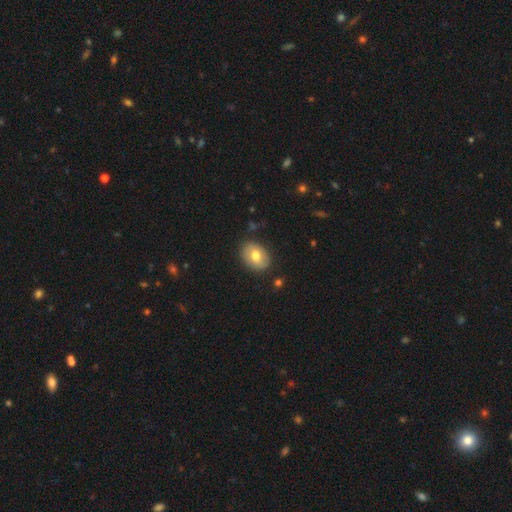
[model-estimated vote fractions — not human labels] smooth-or-featured: smooth: 71% | featured or disk: 22% | star or artifact: 7%
  how-rounded: in between: 75% | round: 24% | cigar-shaped: 1%
  merging: none: 84% | minor disturbance: 12% | major disturbance: 3% | merger: 2%